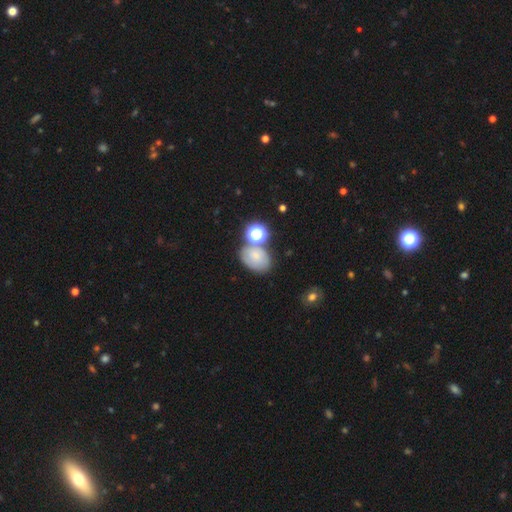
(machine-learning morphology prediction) smooth-or-featured: smooth: 61% | featured or disk: 22% | star or artifact: 17%
  how-rounded: in between: 69% | round: 29% | cigar-shaped: 1%
  merging: none: 53% | merger: 20% | minor disturbance: 19% | major disturbance: 7%